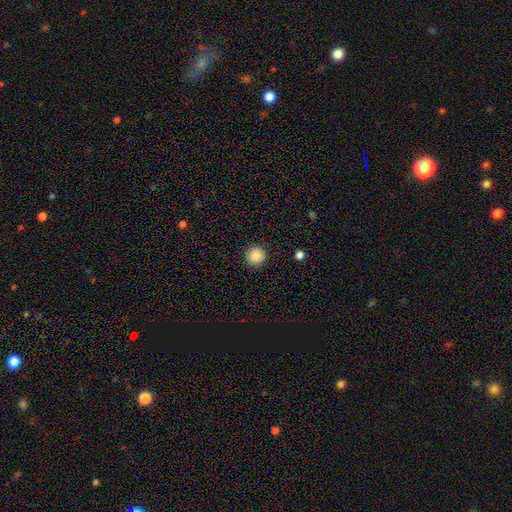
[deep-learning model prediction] A smooth galaxy with no disk features (87%) that is round (95%). Merging: none (92%).